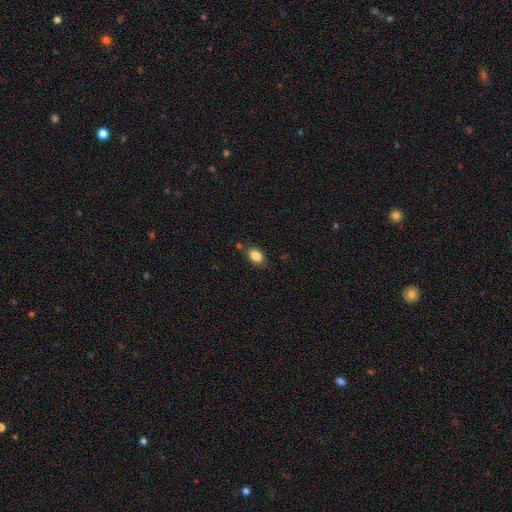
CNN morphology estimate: Smooth or featured? smooth (86%)
How rounded? in between (84%)
Merging? none (80%)